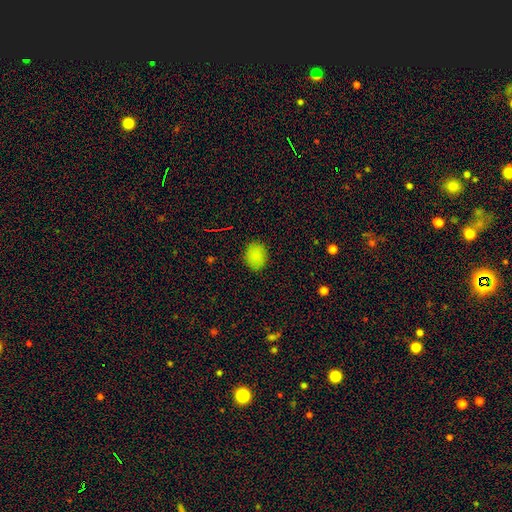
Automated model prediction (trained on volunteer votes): Morphology: type=smooth (85%); roundness=round (52%); merging=none (88%).